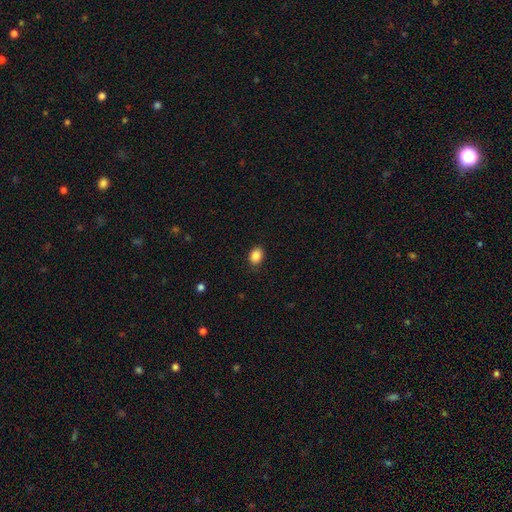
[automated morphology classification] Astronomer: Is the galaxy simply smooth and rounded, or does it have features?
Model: smooth — 88%.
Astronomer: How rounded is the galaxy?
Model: in between — 71%.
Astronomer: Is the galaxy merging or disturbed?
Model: none — 86%.